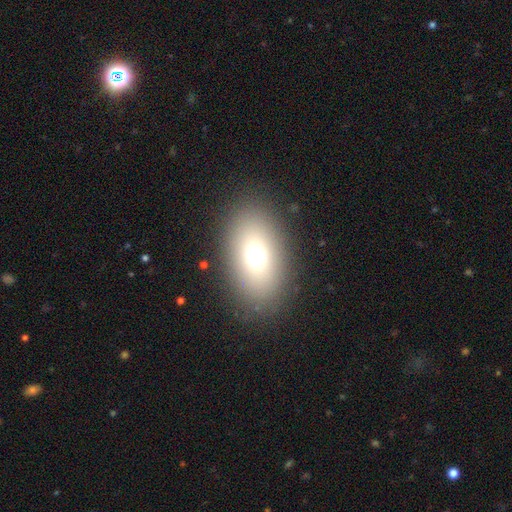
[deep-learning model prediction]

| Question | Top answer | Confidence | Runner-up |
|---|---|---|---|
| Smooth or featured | smooth | 69% | featured or disk (16%) |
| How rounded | in between | 80% | round (18%) |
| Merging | none | 86% | minor disturbance (8%) |